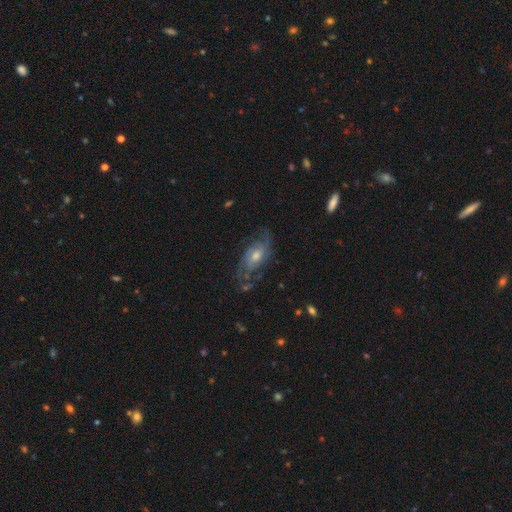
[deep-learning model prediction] Q: Smooth or featured?
A: featured or disk (81%); runner-up: smooth (12%)
Q: Edge-on disk?
A: no (94%); runner-up: yes (6%)
Q: Bar?
A: no (57%); runner-up: weak (36%)
Q: Spiral arms?
A: yes (93%); runner-up: no (7%)
Q: Spiral winding?
A: medium (45%); runner-up: tight (33%)
Q: Spiral arm count?
A: 2 (57%); runner-up: can't tell (20%)
Q: Bulge size?
A: moderate (60%); runner-up: small (30%)
Q: Merging?
A: none (69%); runner-up: minor disturbance (19%)